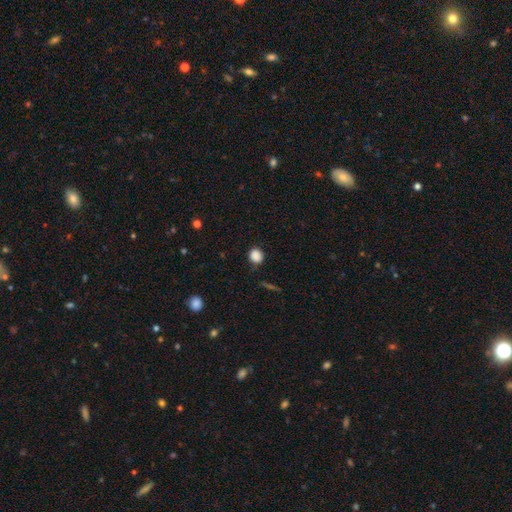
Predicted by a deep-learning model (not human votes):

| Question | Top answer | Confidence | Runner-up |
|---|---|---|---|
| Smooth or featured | smooth | 86% | star or artifact (10%) |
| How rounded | round | 86% | in between (13%) |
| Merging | none | 82% | minor disturbance (13%) |